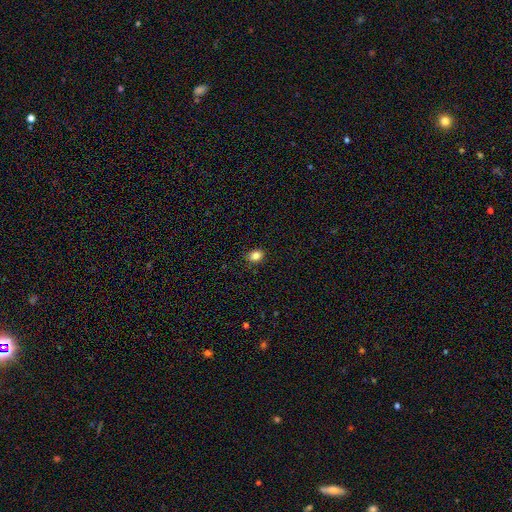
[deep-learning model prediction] Smooth or featured?
  - smooth: 85% *
  - star or artifact: 10%
  - featured or disk: 5%
How rounded?
  - in between: 62% *
  - round: 37%
  - cigar-shaped: 1%
Merging?
  - none: 88% *
  - minor disturbance: 9%
  - major disturbance: 2%
  - merger: 1%